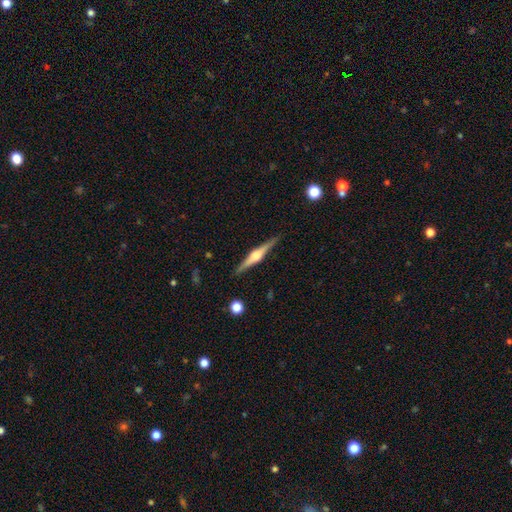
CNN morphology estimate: type=featured or disk (82%); edge-on=yes (98%); edge-on bulge=rounded (87%); merging=none (91%).